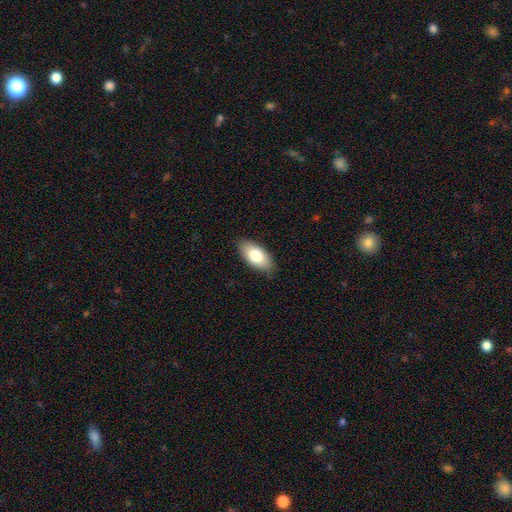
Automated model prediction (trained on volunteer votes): This appears to be a smooth galaxy with no disk features (79%) that is in between round and cigar-shaped (93%). Merging: none (86%).